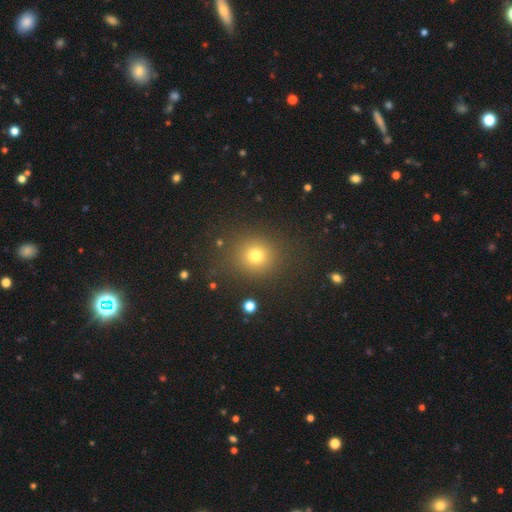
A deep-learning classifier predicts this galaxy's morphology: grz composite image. It shows a smooth galaxy with no disk features (73%) that is round (86%). Merging: none (86%).